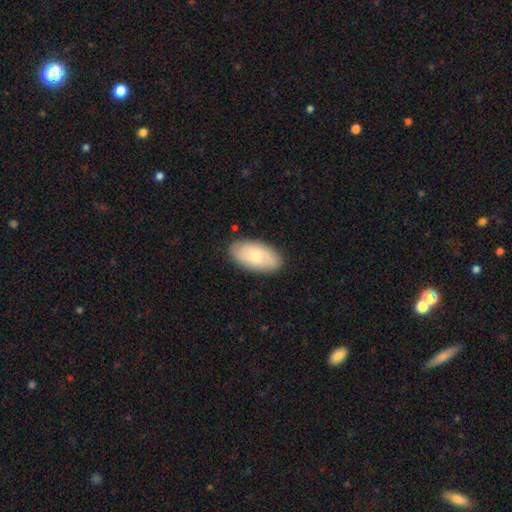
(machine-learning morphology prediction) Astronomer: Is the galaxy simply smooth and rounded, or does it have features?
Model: smooth — 69%.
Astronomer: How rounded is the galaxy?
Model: in between — 94%.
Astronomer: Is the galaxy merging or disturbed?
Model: none — 85%.